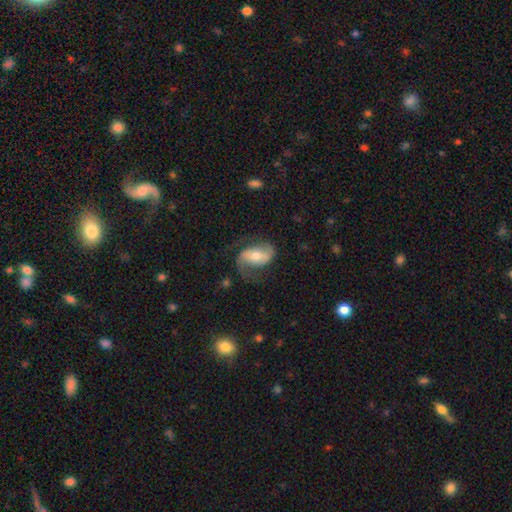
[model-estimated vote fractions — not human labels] This is likely a featured or disk galaxy (77%). It is clearly not viewed edge-on (96%). Bar: marginally weak (38%). Spiral arm pattern: clearly yes (94%). Spiral arm count: clearly 2 (88%). Spiral winding: possibly loose (45%). Central bulge: possibly moderate (59%). Merging: likely none (65%).